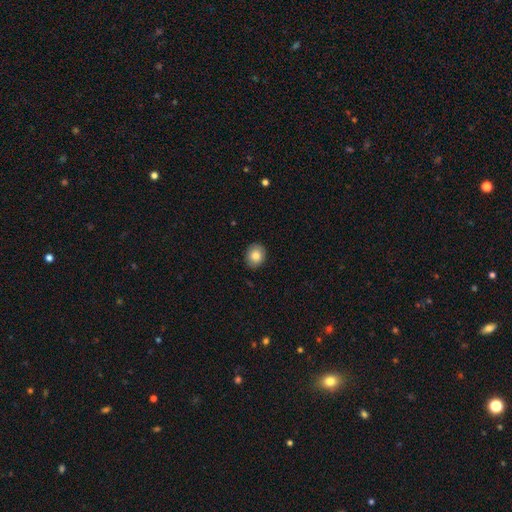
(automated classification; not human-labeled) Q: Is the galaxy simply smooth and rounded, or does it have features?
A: smooth — 85%.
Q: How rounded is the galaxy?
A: round — 58%.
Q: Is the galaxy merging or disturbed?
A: none — 87%.